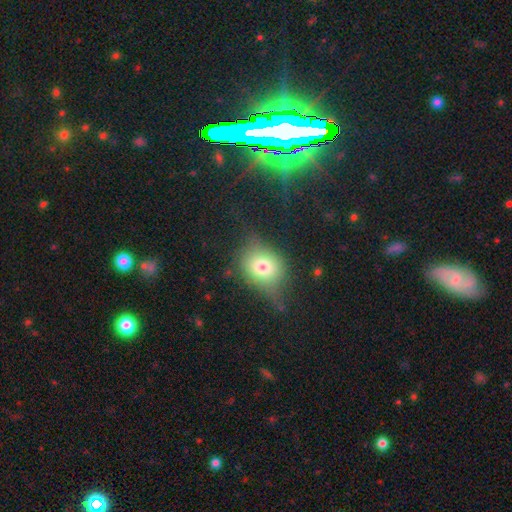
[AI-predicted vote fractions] smooth_or_featured: smooth (p=0.49) [alt: star or artifact p=0.31]
merging: none (p=0.67) [alt: minor disturbance p=0.23]